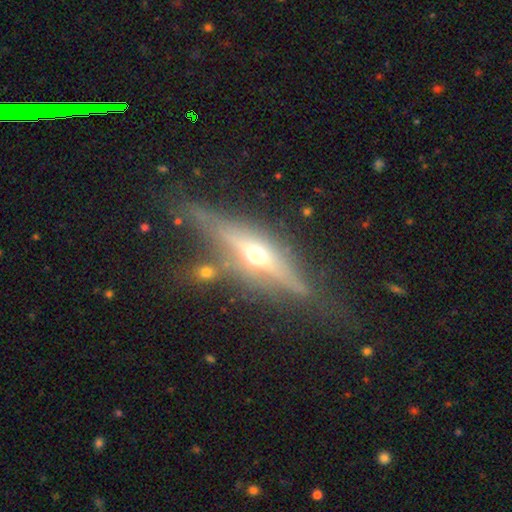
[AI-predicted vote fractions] Q: Smooth or featured?
A: featured or disk (77%); runner-up: smooth (15%)
Q: Edge-on disk?
A: yes (92%); runner-up: no (8%)
Q: Edge-on bulge?
A: rounded (92%); runner-up: none (4%)
Q: Merging?
A: none (72%); runner-up: minor disturbance (16%)